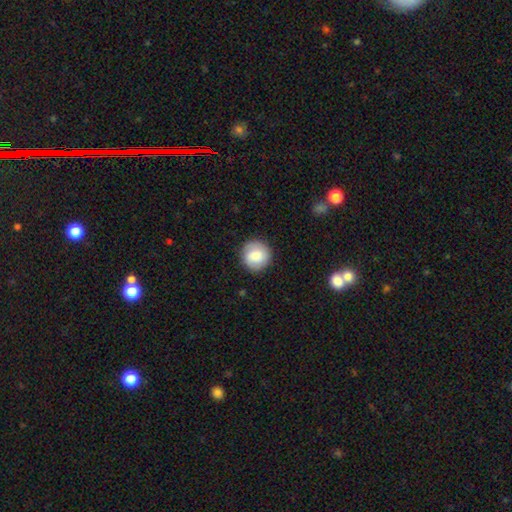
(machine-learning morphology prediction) A smooth galaxy with no disk features (80%) that is round (93%). Merging: none (87%).